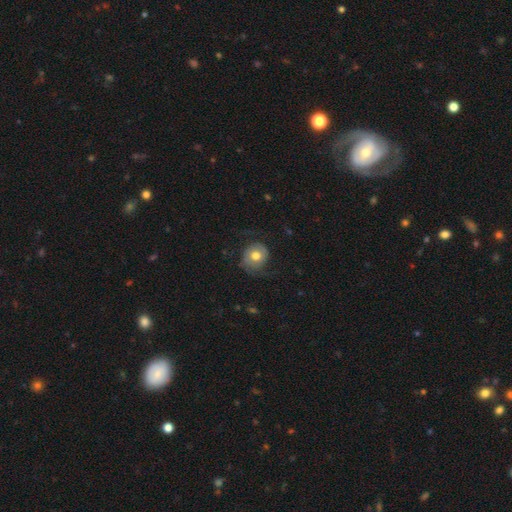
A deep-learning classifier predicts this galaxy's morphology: Smooth or featured: smooth — 58% (featured or disk — 34%)
How rounded: round — 76% (in between — 23%)
Merging: none — 60% (minor disturbance — 22%)